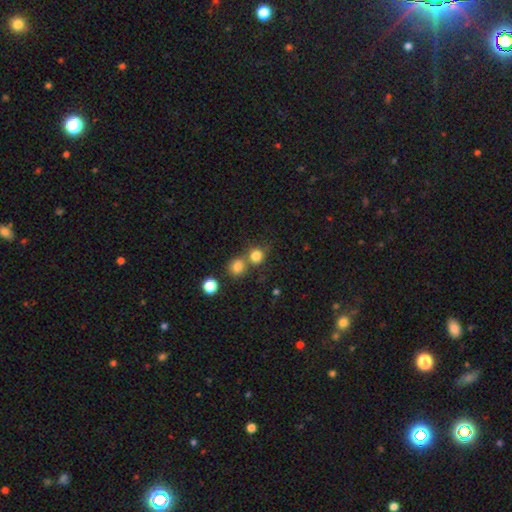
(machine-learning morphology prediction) This appears to be a smooth galaxy with no disk features (81%) that is round (85%). Merging: none (54%).